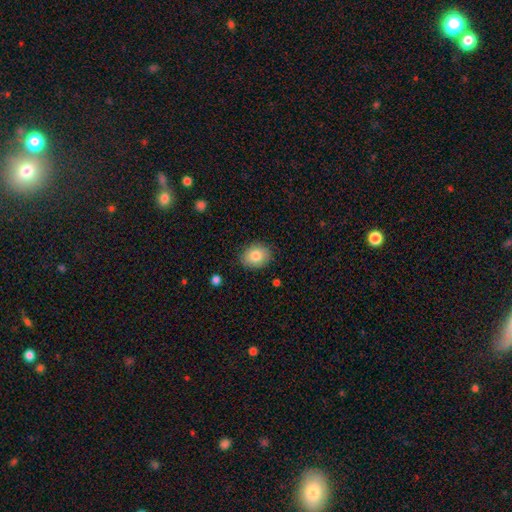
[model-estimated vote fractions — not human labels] smooth-or-featured: smooth: 82% | featured or disk: 9% | star or artifact: 8%
  how-rounded: round: 50% | in between: 49% | cigar-shaped: 1%
  merging: none: 86% | minor disturbance: 11% | major disturbance: 2% | merger: 1%